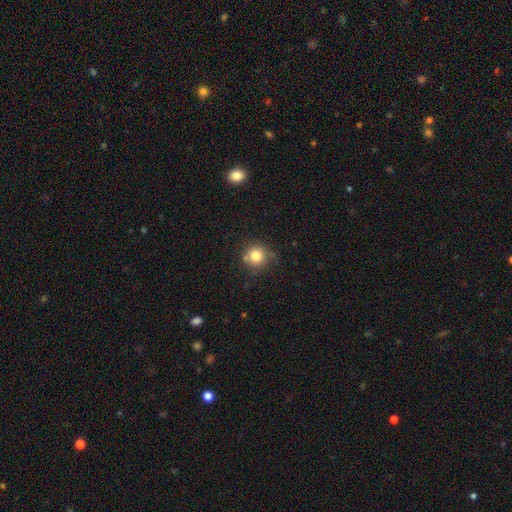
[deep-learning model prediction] Q: Smooth or featured?
A: smooth (80%); runner-up: star or artifact (12%)
Q: How rounded?
A: round (92%); runner-up: in between (7%)
Q: Merging?
A: none (71%); runner-up: minor disturbance (17%)